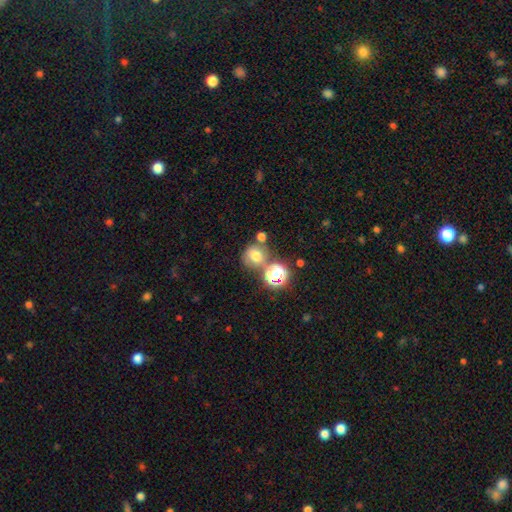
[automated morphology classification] Overall: smooth (66%). How rounded: round (78%). Merging: none (57%; merger 23%).